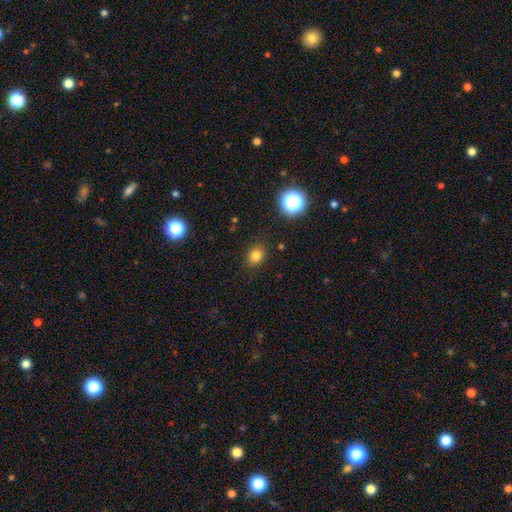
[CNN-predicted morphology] Q: Smooth or featured?
A: smooth (80%); runner-up: star or artifact (14%)
Q: How rounded?
A: round (52%); runner-up: in between (47%)
Q: Merging?
A: none (87%); runner-up: minor disturbance (9%)